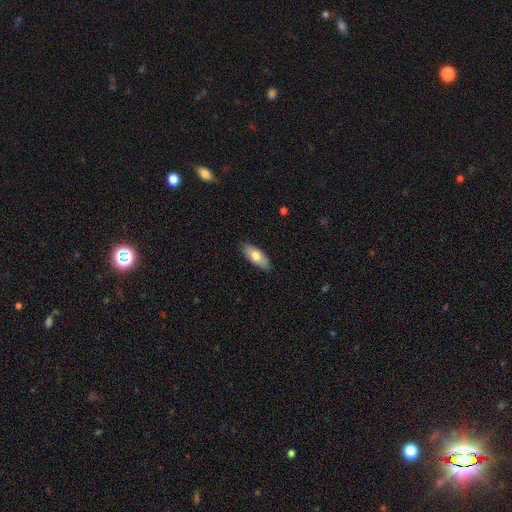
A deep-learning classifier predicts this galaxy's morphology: This is likely a smooth galaxy (75%). How rounded: clearly in between (84%). Merging: clearly none (86%).